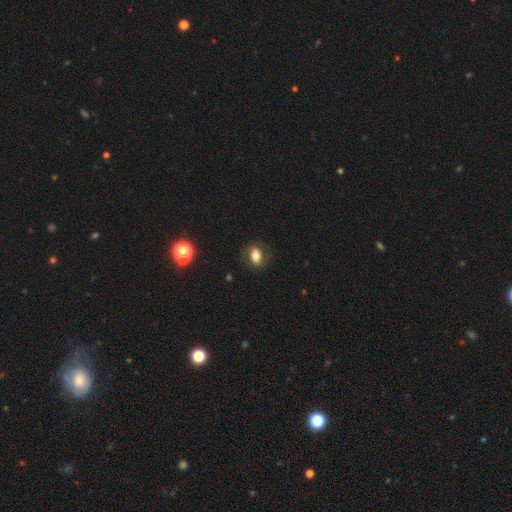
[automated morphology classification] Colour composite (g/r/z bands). It shows a smooth galaxy with no disk features (60%) that is in between round and cigar-shaped (62%). Merging: none (77%).